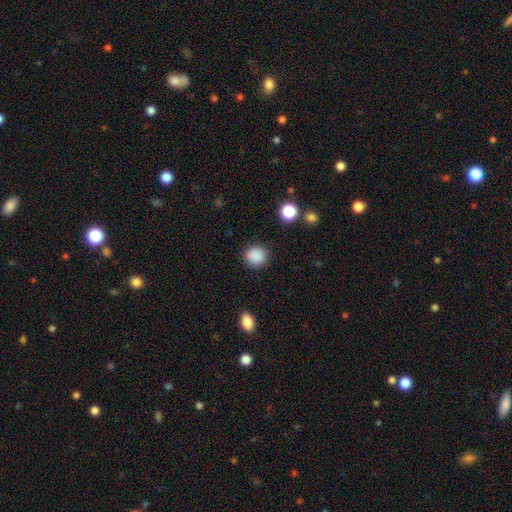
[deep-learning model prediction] Smooth or featured?
  - smooth: 88% *
  - star or artifact: 9%
  - featured or disk: 3%
How rounded?
  - round: 89% *
  - in between: 10%
  - cigar-shaped: 1%
Merging?
  - none: 88% *
  - minor disturbance: 8%
  - major disturbance: 3%
  - merger: 1%